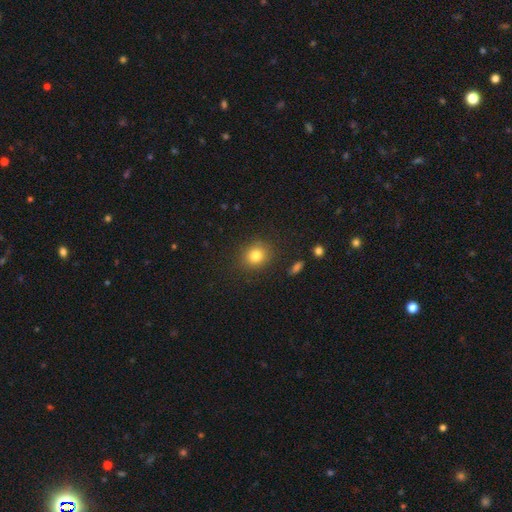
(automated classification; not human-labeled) The model was most divided on "how rounded": round: 77%, in between: 22%, cigar-shaped: 1%. More confident: merging — none (88%); smooth or featured — smooth (81%).